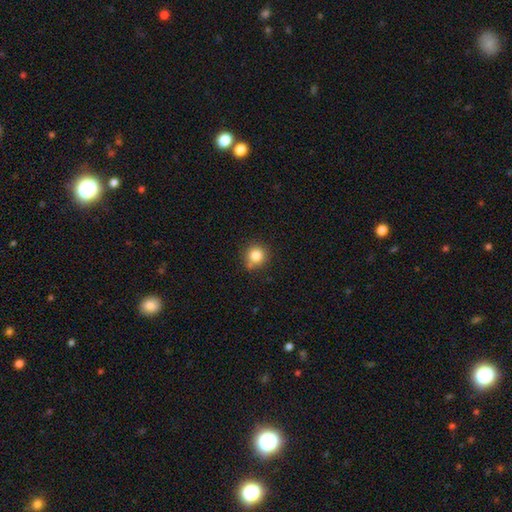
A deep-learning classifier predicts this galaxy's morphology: Q: Smooth or featured?
A: smooth (83%); runner-up: star or artifact (11%)
Q: How rounded?
A: round (90%); runner-up: in between (9%)
Q: Merging?
A: none (73%); runner-up: minor disturbance (17%)